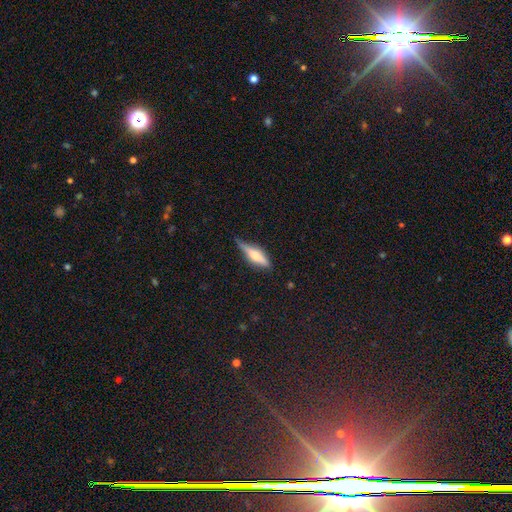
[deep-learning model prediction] Q: Smooth or featured?
A: featured or disk (51%); runner-up: smooth (42%)
Q: Edge-on disk?
A: yes (94%); runner-up: no (6%)
Q: Merging?
A: none (72%); runner-up: minor disturbance (21%)